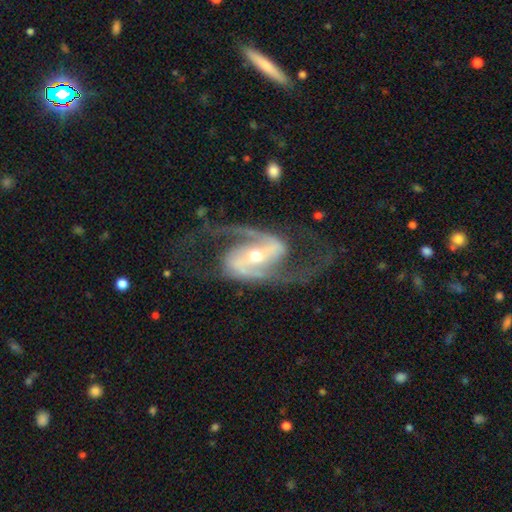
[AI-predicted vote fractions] Smooth or featured? featured or disk (92%)
Edge-on disk? no (97%)
Bar? strong (48%)
Spiral arms? yes (98%)
Spiral winding? medium (55%)
Spiral arm count? 2 (93%)
Bulge size? moderate (58%)
Merging? none (73%)